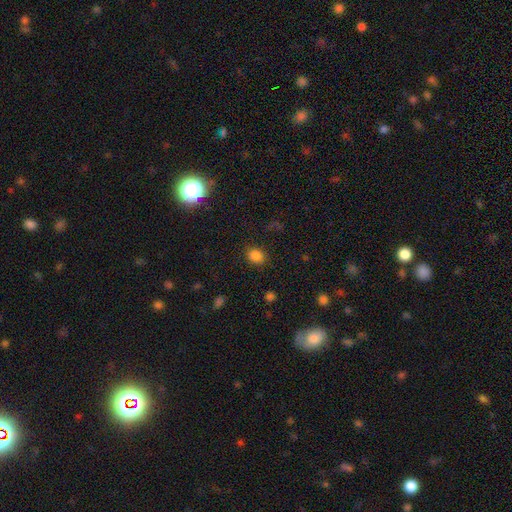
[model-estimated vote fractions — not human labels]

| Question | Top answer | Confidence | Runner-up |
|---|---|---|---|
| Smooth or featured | smooth | 82% | star or artifact (14%) |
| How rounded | round | 62% | in between (37%) |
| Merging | none | 86% | minor disturbance (10%) |